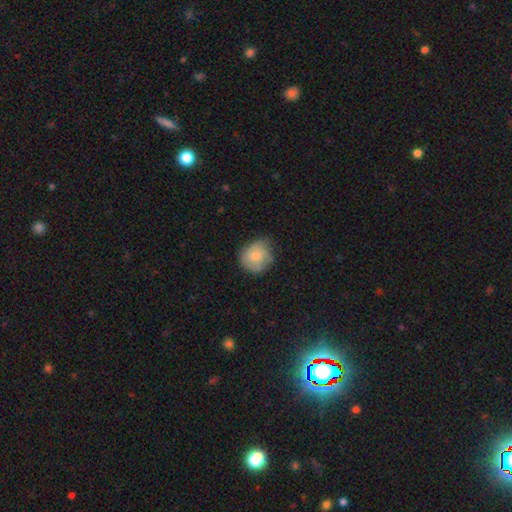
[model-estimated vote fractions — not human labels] Smooth or featured? smooth (59%)
How rounded? round (77%)
Merging? none (59%)